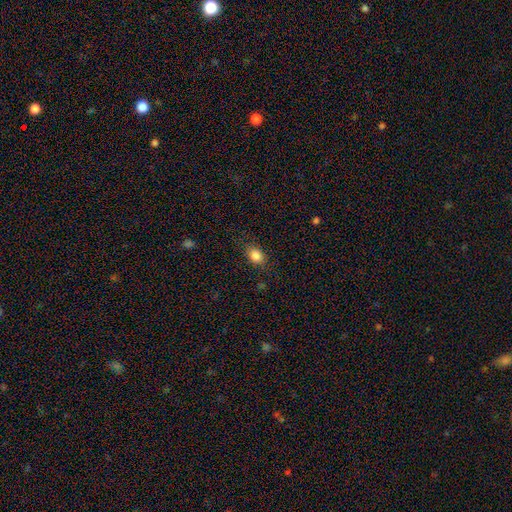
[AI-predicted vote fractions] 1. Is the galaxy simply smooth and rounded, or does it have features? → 85% smooth, 10% star or artifact, 5% featured or disk.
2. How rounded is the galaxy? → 67% in between, 31% round, 1% cigar-shaped.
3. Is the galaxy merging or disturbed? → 84% none, 12% minor disturbance, 3% major disturbance, 1% merger.